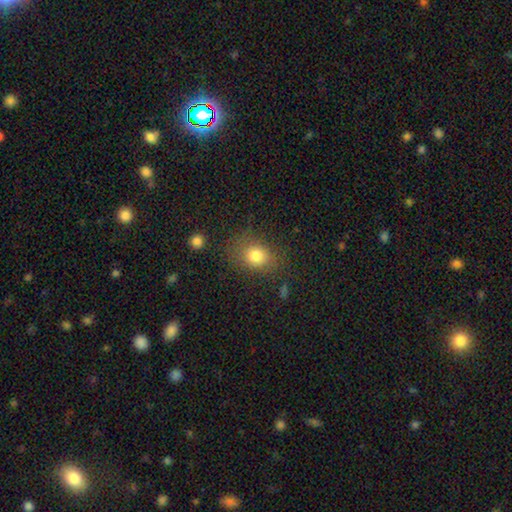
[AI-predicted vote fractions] Smooth or featured? Predicted: smooth (p=0.79). How rounded? Predicted: round (p=0.54). Merging? Predicted: none (p=0.74).